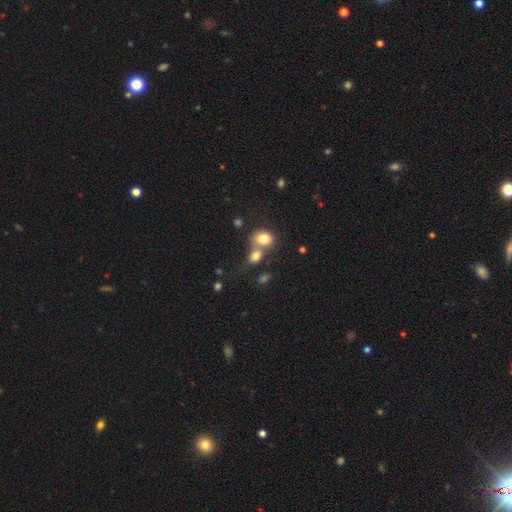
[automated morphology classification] A smooth galaxy with no disk features (78%) that is in between round and cigar-shaped (56%). Merging: merger (55%).